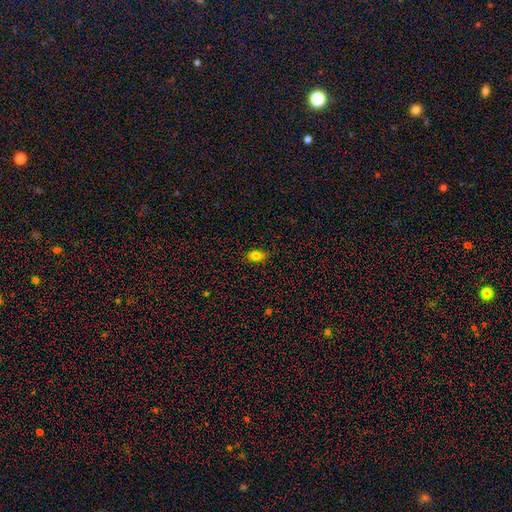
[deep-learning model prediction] Q: Smooth or featured?
A: smooth (80%); runner-up: star or artifact (11%)
Q: How rounded?
A: in between (81%); runner-up: round (17%)
Q: Merging?
A: none (85%); runner-up: minor disturbance (12%)